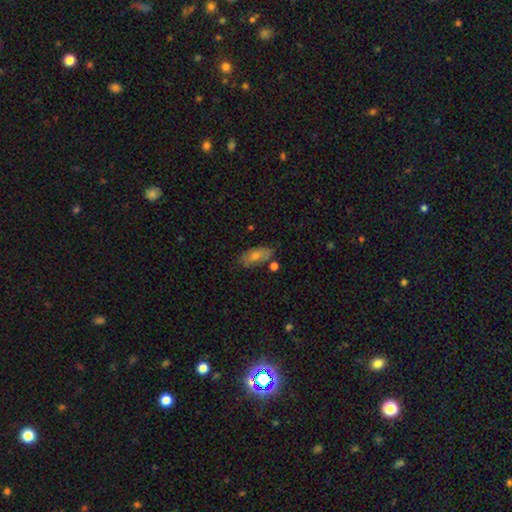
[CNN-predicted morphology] A smooth galaxy with no disk features (61%) that is in between round and cigar-shaped (85%). Merging: none (77%).